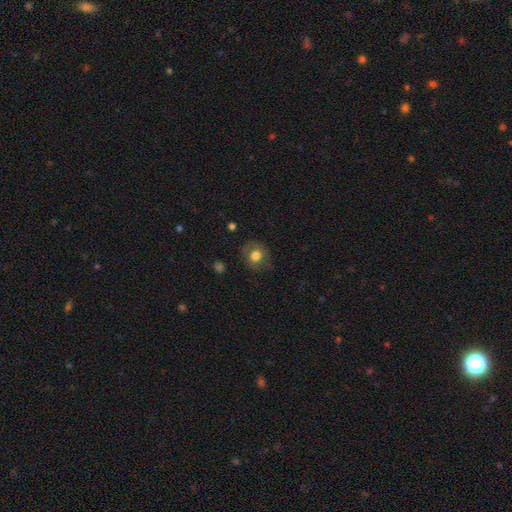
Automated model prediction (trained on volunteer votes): Morphology: type=smooth (75%); roundness=round (76%); merging=none (74%).